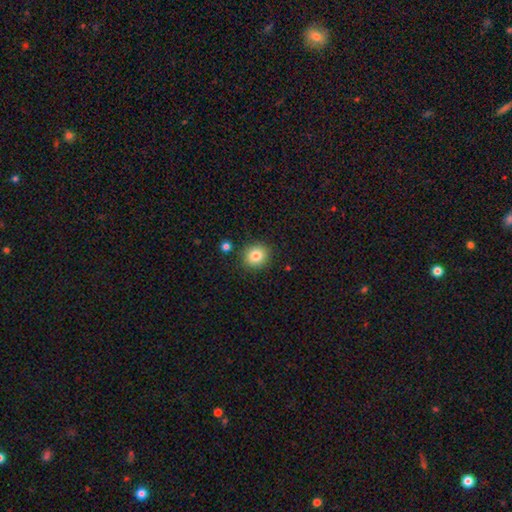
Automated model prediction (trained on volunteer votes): Smooth or featured? smooth (83%)
How rounded? round (84%)
Merging? none (88%)